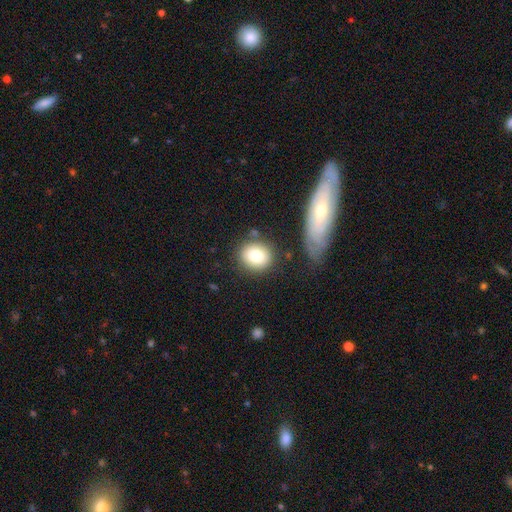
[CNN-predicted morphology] The model was most divided on "how rounded": round: 73%, in between: 25%, cigar-shaped: 1%. More confident: smooth or featured — smooth (82%); merging — none (78%).